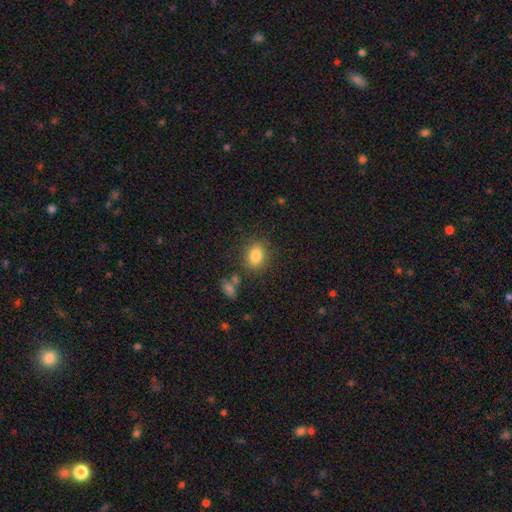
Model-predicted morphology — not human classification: A smooth galaxy with no disk features (83%) that is in between round and cigar-shaped (61%). Merging: none (81%).